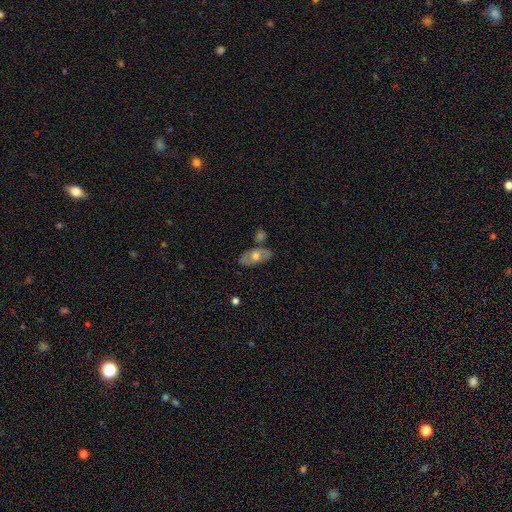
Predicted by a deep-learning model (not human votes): Morphology: type=smooth (47%, tied with featured or disk); merging=none (72%).